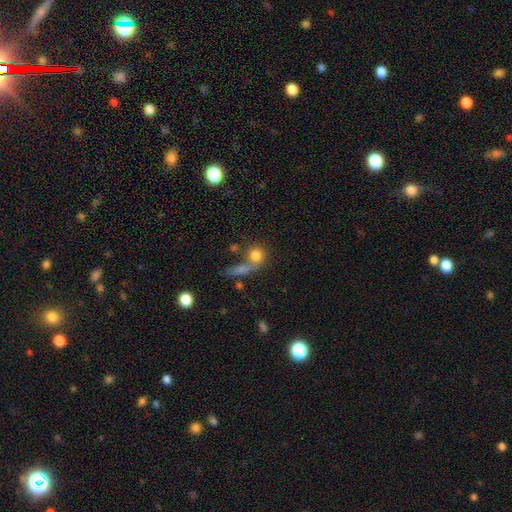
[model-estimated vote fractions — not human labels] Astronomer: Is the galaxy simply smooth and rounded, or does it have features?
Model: smooth — 78%.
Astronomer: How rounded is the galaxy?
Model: round — 73%.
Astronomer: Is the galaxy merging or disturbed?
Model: none — 42% (runner-up: merger, 39%).